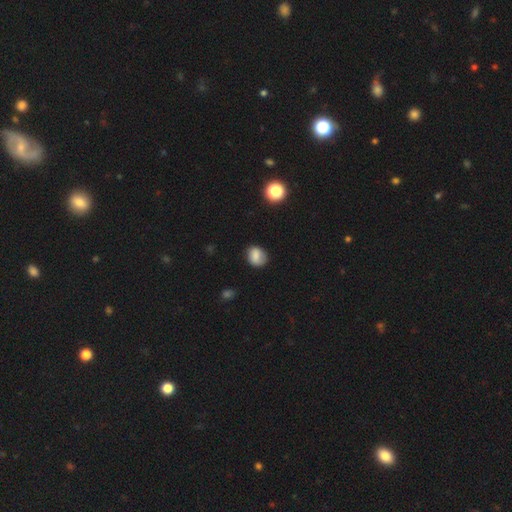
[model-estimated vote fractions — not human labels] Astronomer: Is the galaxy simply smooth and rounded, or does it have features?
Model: smooth — 79%.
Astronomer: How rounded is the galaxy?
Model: round — 55% (runner-up: in between, 43%).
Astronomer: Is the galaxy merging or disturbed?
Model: none — 74%.